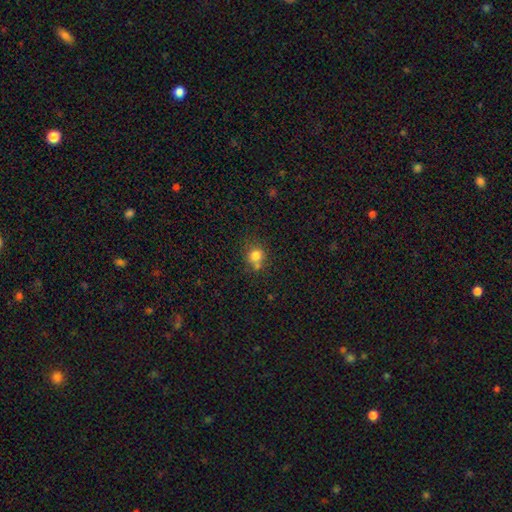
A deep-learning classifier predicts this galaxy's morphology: The model was most divided on "merging": none: 57%, merger: 25%, minor disturbance: 13%, major disturbance: 4%. More confident: how rounded — round (84%); smooth or featured — smooth (79%).